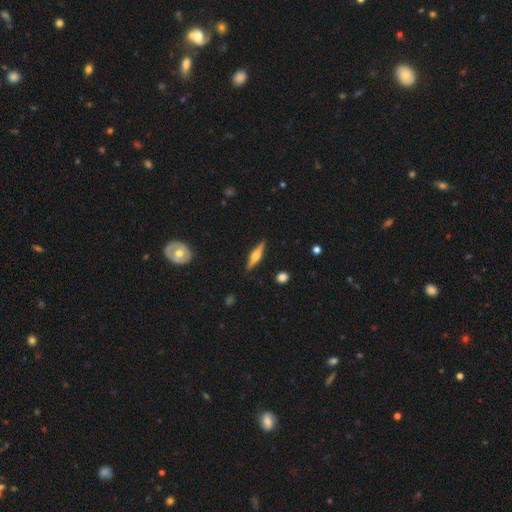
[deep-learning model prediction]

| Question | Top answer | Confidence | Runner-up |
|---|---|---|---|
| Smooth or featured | featured or disk | 62% | smooth (32%) |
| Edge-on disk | yes | 97% | no (3%) |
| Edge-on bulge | rounded | 84% | boxy (12%) |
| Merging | none | 89% | minor disturbance (8%) |